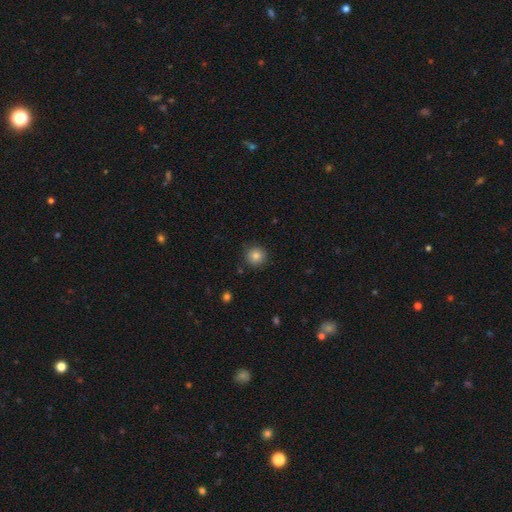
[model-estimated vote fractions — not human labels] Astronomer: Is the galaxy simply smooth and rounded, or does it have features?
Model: smooth — 83%.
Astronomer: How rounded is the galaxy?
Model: round — 93%.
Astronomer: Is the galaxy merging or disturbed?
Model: none — 87%.